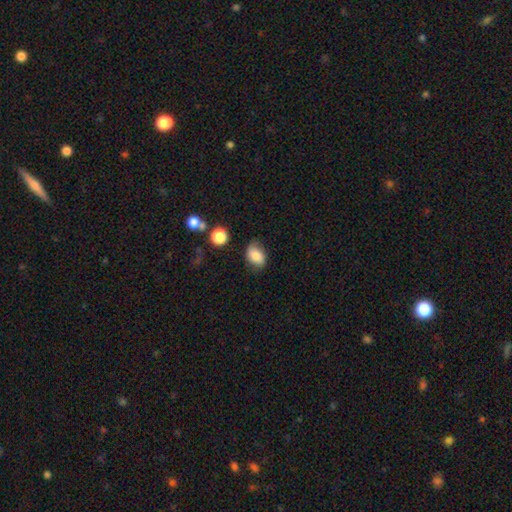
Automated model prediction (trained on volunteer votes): The model was most divided on "merging": none: 67%, minor disturbance: 25%, major disturbance: 6%, merger: 2%. More confident: smooth or featured — smooth (79%); how rounded — in between (75%).